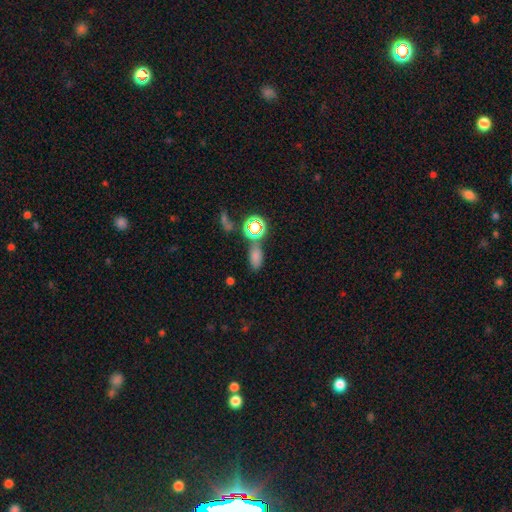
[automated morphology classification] This is likely a smooth galaxy (68%). How rounded: clearly in between (84%). Merging: likely none (65%).